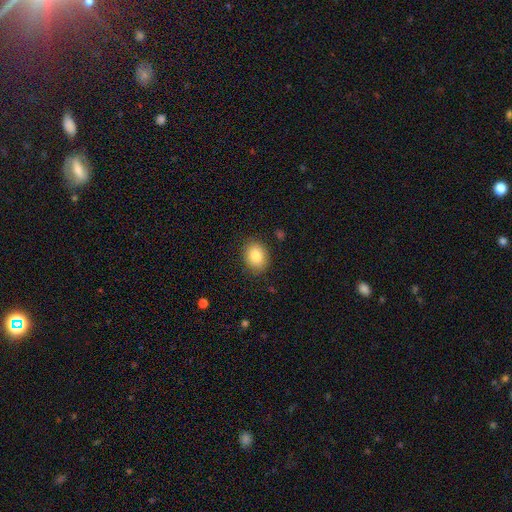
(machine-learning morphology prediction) Smooth or featured? smooth (83%)
How rounded? in between (58%)
Merging? none (85%)